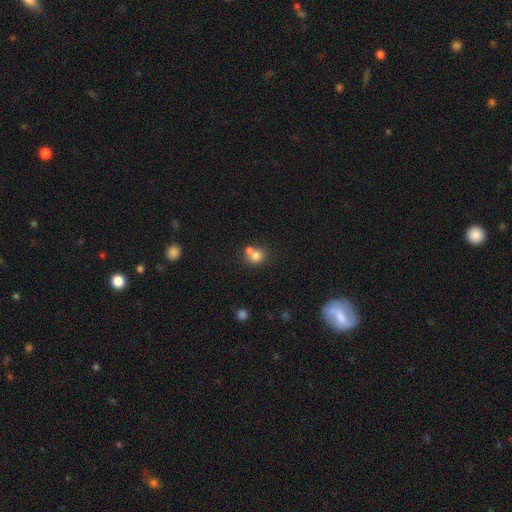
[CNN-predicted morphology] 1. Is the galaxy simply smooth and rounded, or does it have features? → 75% smooth, 13% featured or disk, 12% star or artifact.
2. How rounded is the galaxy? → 76% round, 24% in between, 1% cigar-shaped.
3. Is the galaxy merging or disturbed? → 51% merger, 38% none, 8% minor disturbance, 3% major disturbance.